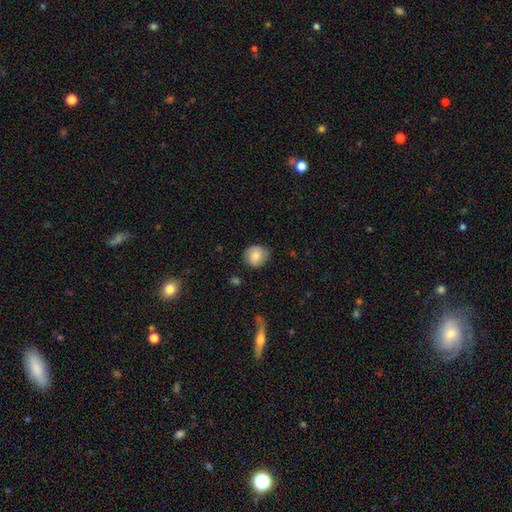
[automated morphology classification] This is likely a smooth galaxy (77%). How rounded: clearly round (84%). Merging: likely none (79%).